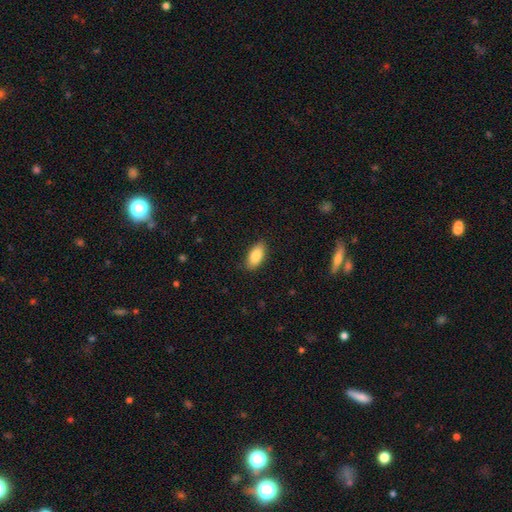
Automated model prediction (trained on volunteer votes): Smooth or featured? Predicted: smooth (p=0.86). How rounded? Predicted: in between (p=0.91). Merging? Predicted: none (p=0.86).